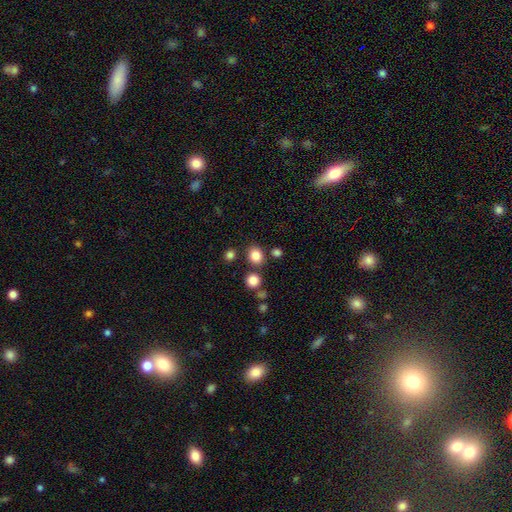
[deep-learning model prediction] A smooth galaxy with no disk features (83%) that is round (70%).

Vote fractions:
- Smooth or featured? smooth: 83% / star or artifact: 12% / featured or disk: 5%
- How rounded? round: 70% / in between: 29% / cigar-shaped: 1%
- Merging? none: 79% / merger: 9% / minor disturbance: 9% / major disturbance: 3%